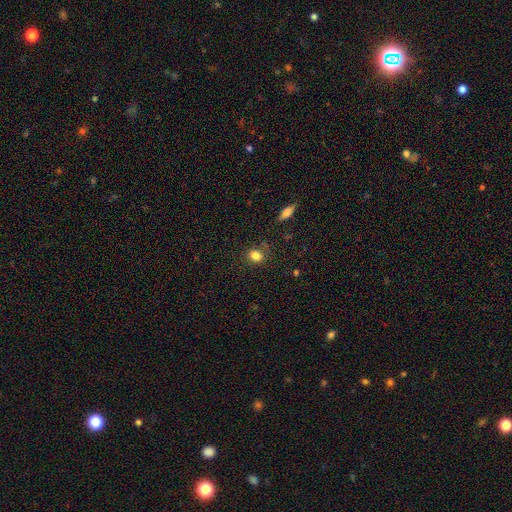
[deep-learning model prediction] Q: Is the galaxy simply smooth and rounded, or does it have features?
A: smooth — 82%.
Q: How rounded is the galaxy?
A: round — 57%.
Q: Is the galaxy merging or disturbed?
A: none — 78%.